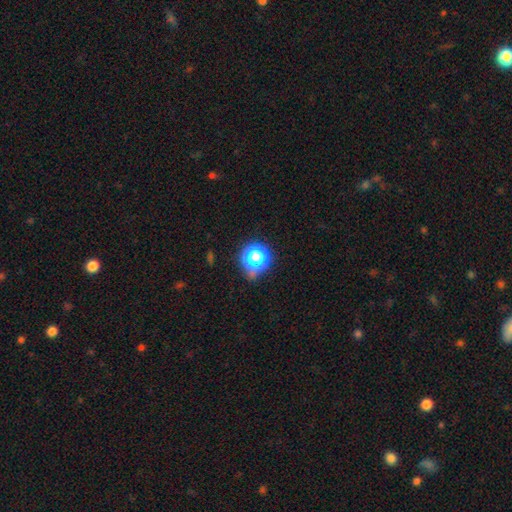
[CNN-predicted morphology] Overall: smooth (56%; star or artifact 35%). How rounded: round (84%). Merging: none (66%).